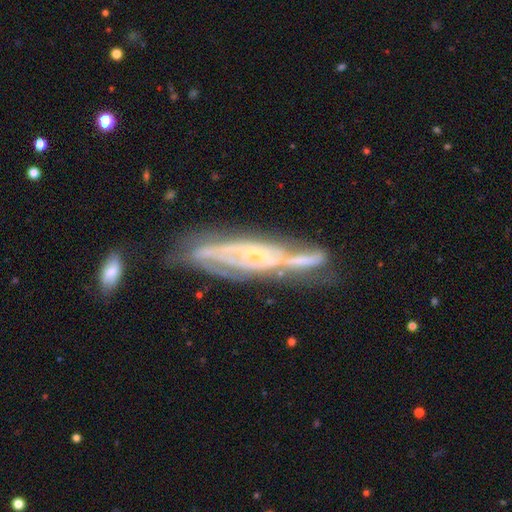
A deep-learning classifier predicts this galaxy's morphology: This appears to be a featured or disk galaxy (83%) with no bar (60%), tight (57%) spiral arms (91%) and a small central bulge (79%). Merging: none (56%).